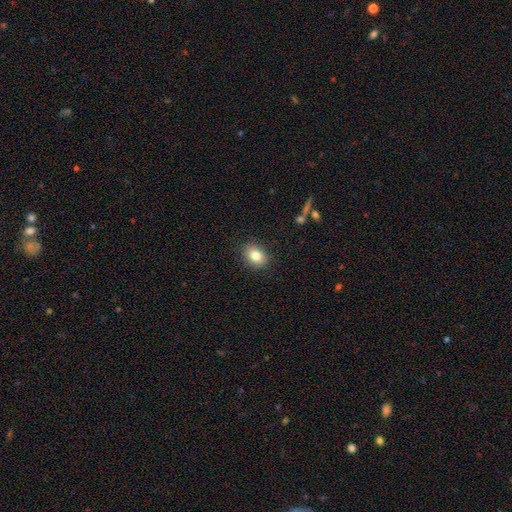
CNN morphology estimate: type=smooth (82%); roundness=in between (60%); merging=none (87%).